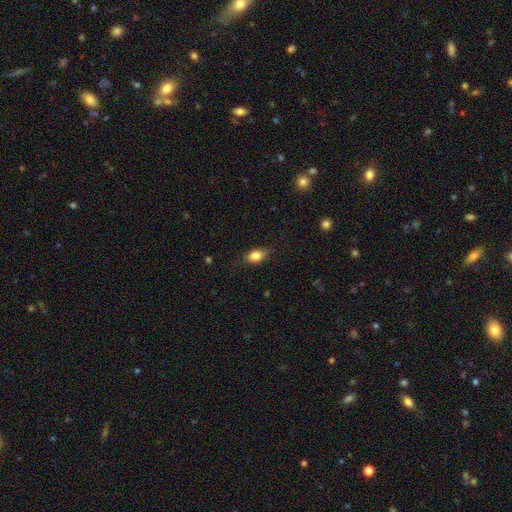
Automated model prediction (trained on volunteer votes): smooth-or-featured: smooth: 80% | featured or disk: 12% | star or artifact: 8%
  how-rounded: in between: 82% | round: 11% | cigar-shaped: 6%
  merging: none: 77% | minor disturbance: 18% | major disturbance: 4% | merger: 1%